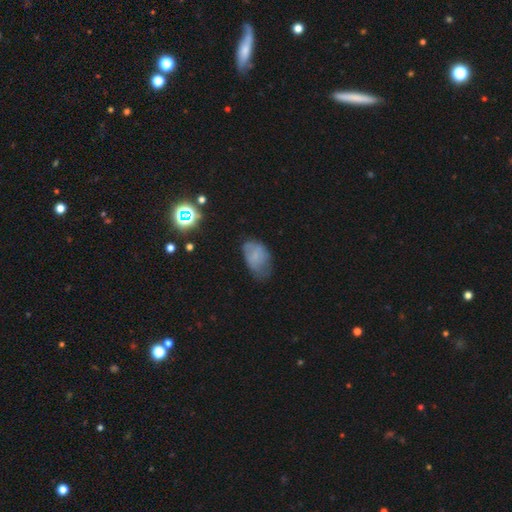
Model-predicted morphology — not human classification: A smooth galaxy with no disk features (65%) that is in between round and cigar-shaped (88%).

Vote fractions:
- Smooth or featured? smooth: 65% / featured or disk: 23% / star or artifact: 12%
- How rounded? in between: 88% / round: 11% / cigar-shaped: 1%
- Merging? none: 43% / minor disturbance: 38% / major disturbance: 18% / merger: 2%